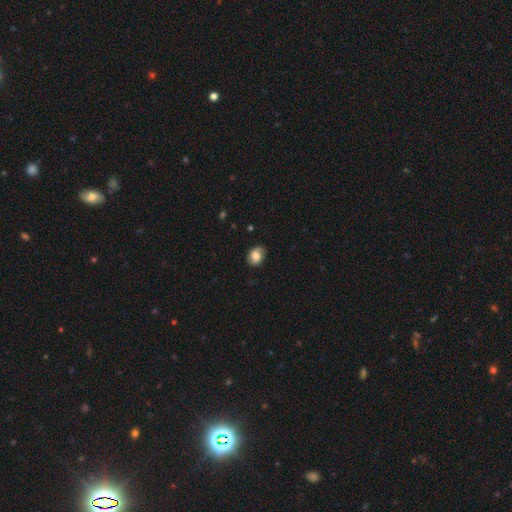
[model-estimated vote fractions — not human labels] Smooth or featured? Predicted: smooth (p=0.66). How rounded? Predicted: in between (p=0.64). Merging? Predicted: none (p=0.80).